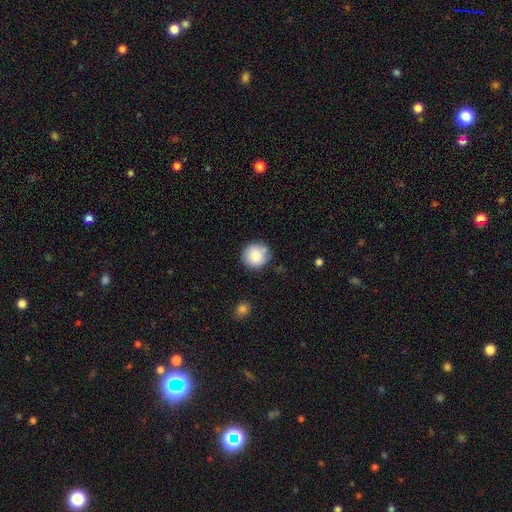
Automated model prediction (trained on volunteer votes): Overall: smooth (81%). How rounded: round (92%). Merging: none (76%).